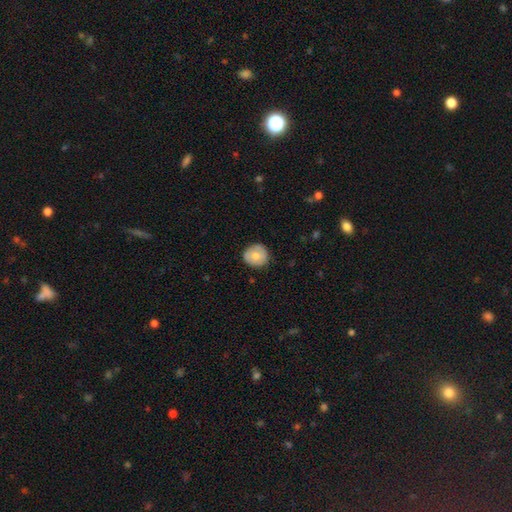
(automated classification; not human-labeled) A smooth galaxy with no disk features (73%) that is round (88%).

Vote fractions:
- Smooth or featured? smooth: 73% / featured or disk: 20% / star or artifact: 7%
- How rounded? round: 88% / in between: 11% / cigar-shaped: 1%
- Merging? none: 85% / minor disturbance: 12% / major disturbance: 2% / merger: 1%